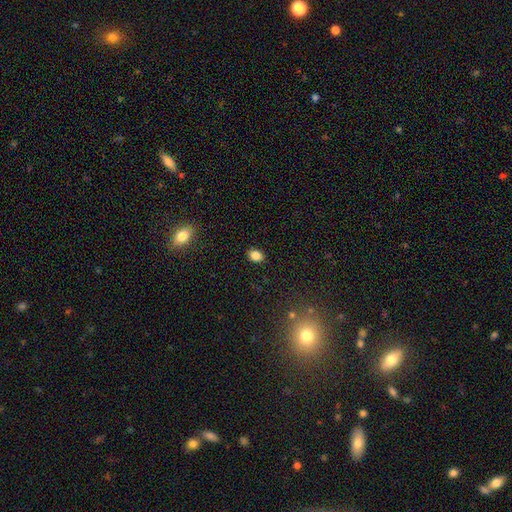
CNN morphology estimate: Smooth or featured? Predicted: smooth (p=0.85). How rounded? Predicted: in between (p=0.69). Merging? Predicted: none (p=0.88).